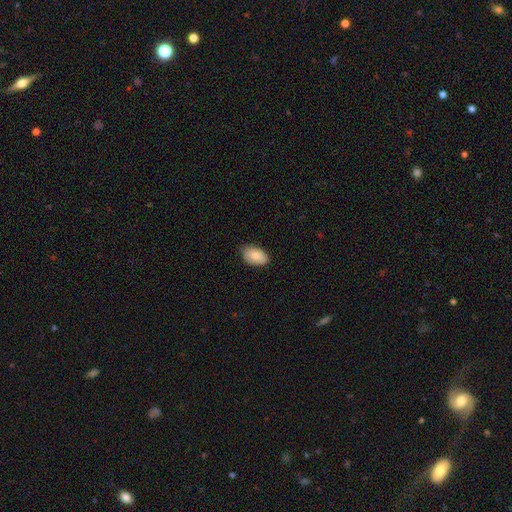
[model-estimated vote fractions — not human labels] Smooth or featured? smooth (87%)
How rounded? in between (94%)
Merging? none (78%)